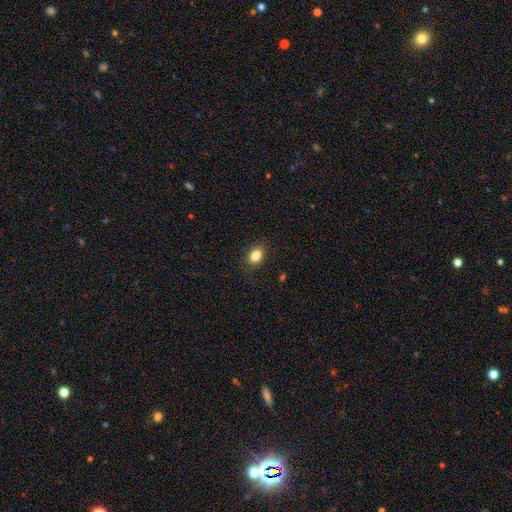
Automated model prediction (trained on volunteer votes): A smooth galaxy with no disk features (85%) that is in between round and cigar-shaped (75%). Merging: none (85%).